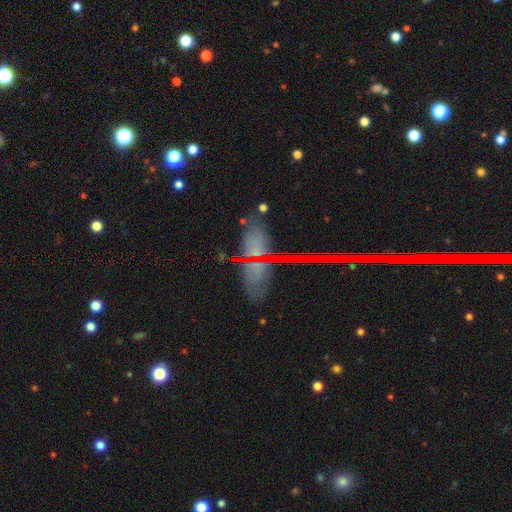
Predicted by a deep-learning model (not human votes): Morphology: type=star or artifact (38%).